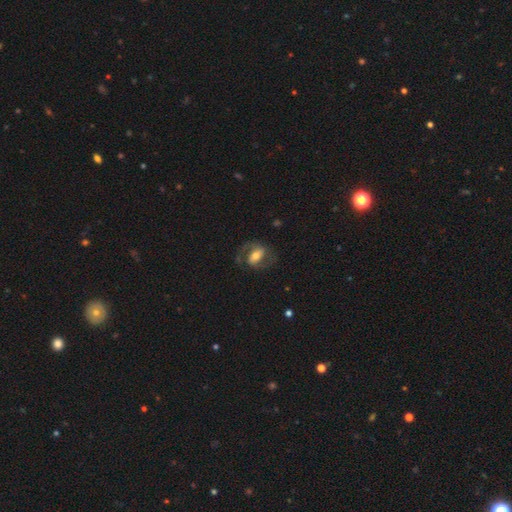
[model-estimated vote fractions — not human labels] Morphology: type=featured or disk (68%); edge-on=no (95%); bar=strong (42%); spiral arms=yes (83%); winding=medium (52%); arm count=2 (87%); bulge=moderate (61%); merging=none (69%).